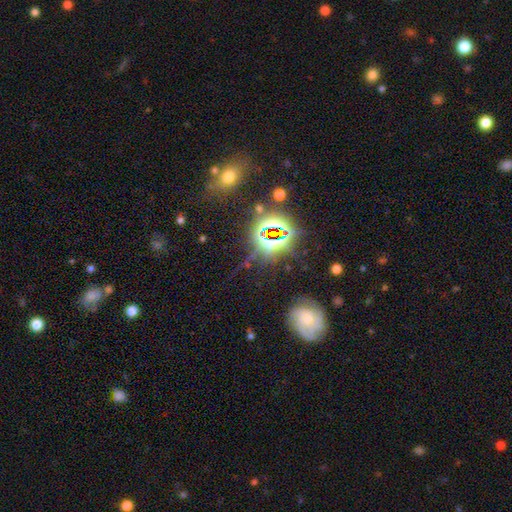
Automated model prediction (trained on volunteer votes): star or artifact 67%, smooth 19%, featured or disk 14%.